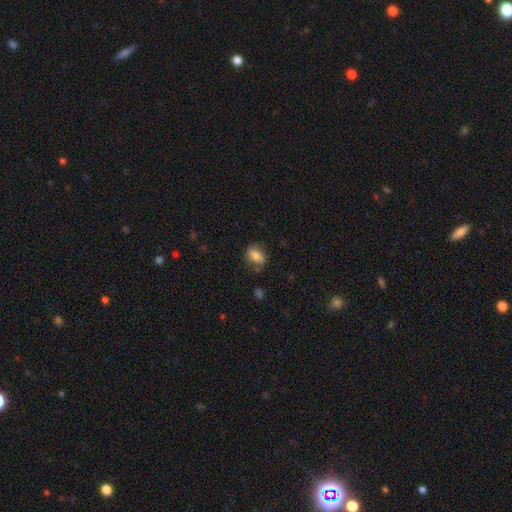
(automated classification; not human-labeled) Overall: smooth (78%). How rounded: in between (74%). Merging: none (71%).